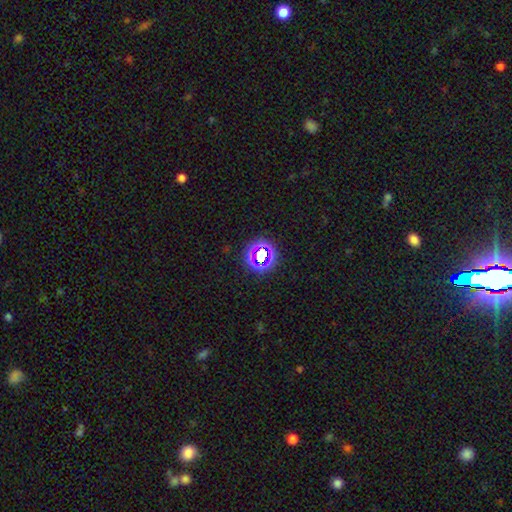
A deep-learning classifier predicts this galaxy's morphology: The model was most divided on "smooth or featured": star or artifact: 68%, smooth: 21%, featured or disk: 11%.